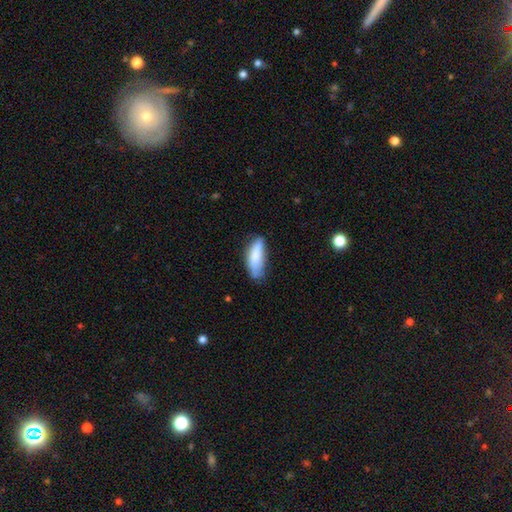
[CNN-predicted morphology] smooth_or_featured: smooth (p=0.80) [alt: featured or disk p=0.13]
how_rounded: in between (p=0.56) [alt: cigar-shaped p=0.42]
merging: none (p=0.59) [alt: minor disturbance p=0.31]